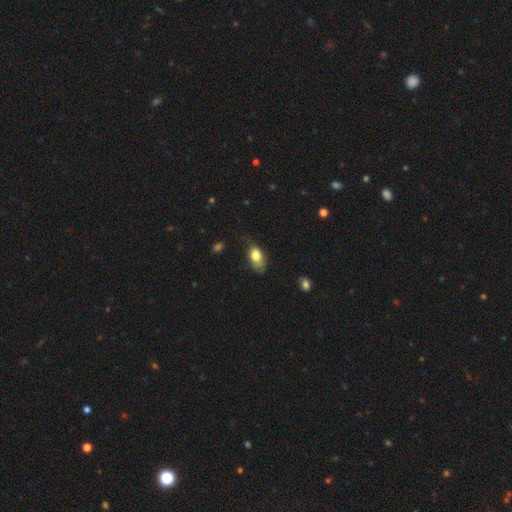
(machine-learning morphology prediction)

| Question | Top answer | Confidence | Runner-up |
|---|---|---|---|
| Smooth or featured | smooth | 75% | featured or disk (17%) |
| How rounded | in between | 88% | round (9%) |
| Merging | none | 41% | minor disturbance (38%) |